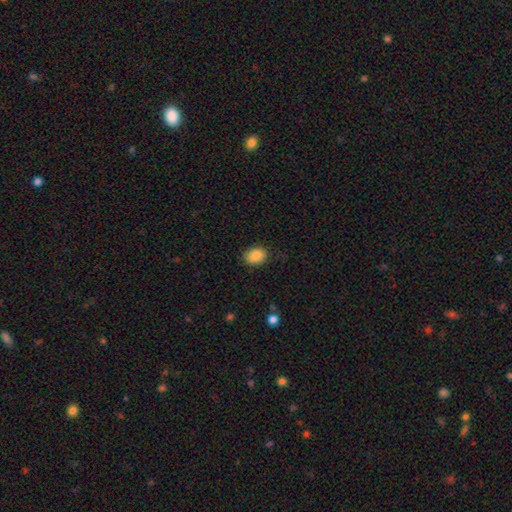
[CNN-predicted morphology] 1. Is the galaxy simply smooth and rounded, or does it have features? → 87% smooth, 8% star or artifact, 5% featured or disk.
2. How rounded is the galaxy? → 61% in between, 39% round, 1% cigar-shaped.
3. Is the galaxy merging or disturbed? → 83% none, 13% minor disturbance, 3% major disturbance, 1% merger.